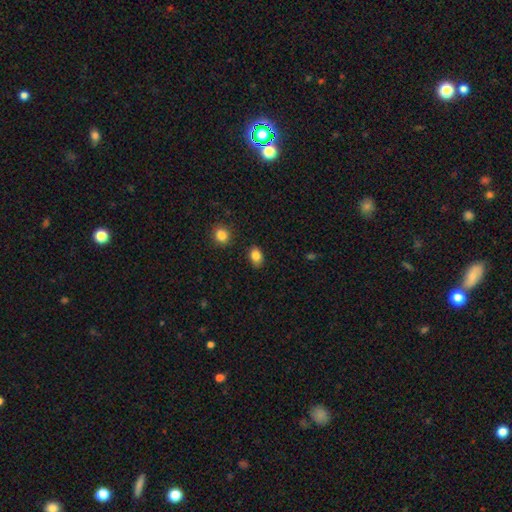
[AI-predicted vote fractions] smooth-or-featured: smooth: 85% | star or artifact: 10% | featured or disk: 6%
  how-rounded: in between: 77% | round: 22% | cigar-shaped: 1%
  merging: none: 86% | minor disturbance: 10% | major disturbance: 2% | merger: 2%